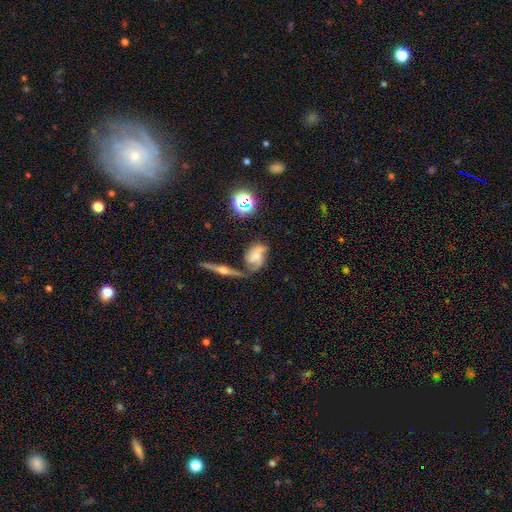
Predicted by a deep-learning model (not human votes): This appears to be a featured or disk galaxy (64%) with no bar (64%), spiral arms (86%) and no central bulge (31%). Merging: none (43%).